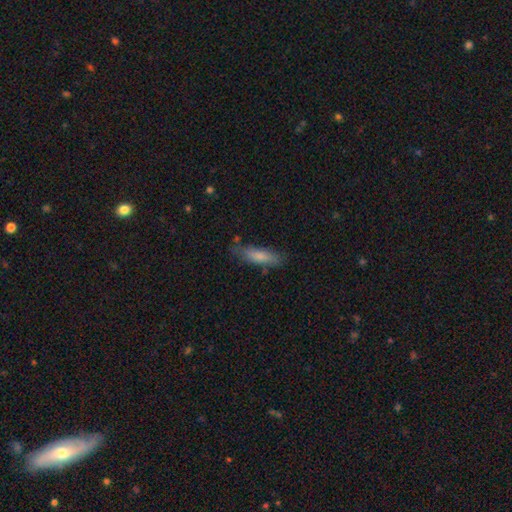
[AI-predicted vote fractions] This is likely a smooth galaxy (65%). How rounded: likely cigar-shaped (68%). Merging: likely none (78%).